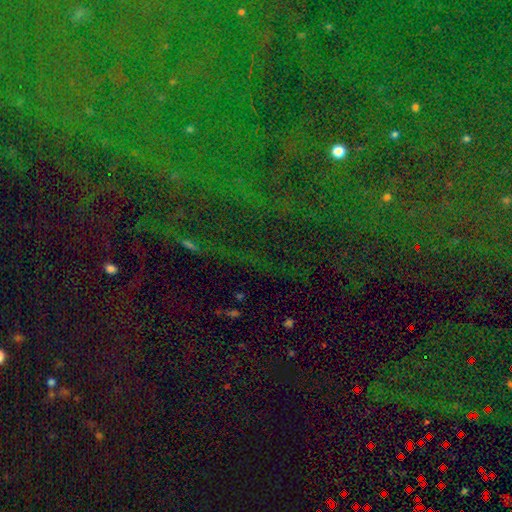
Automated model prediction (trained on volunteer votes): This appears to be a star or artifact, not a galaxy (83%).